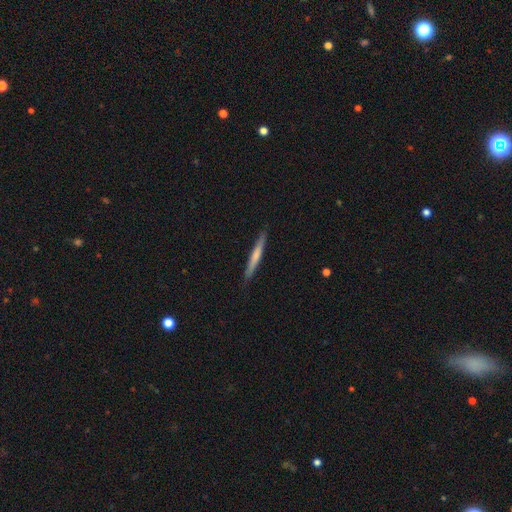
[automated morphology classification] smooth_or_featured: smooth (p=0.56) [alt: featured or disk p=0.38]
how_rounded: cigar-shaped (p=0.96) [alt: in between p=0.03]
merging: none (p=0.89) [alt: minor disturbance p=0.09]